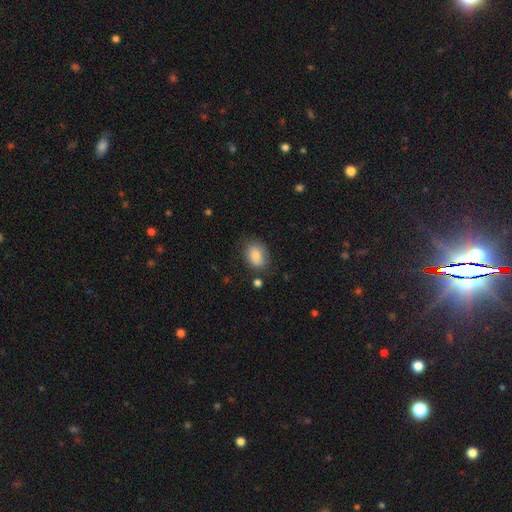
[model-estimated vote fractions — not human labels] Smooth or featured?
  - smooth: 81% *
  - featured or disk: 11%
  - star or artifact: 8%
How rounded?
  - in between: 72% *
  - round: 27%
  - cigar-shaped: 1%
Merging?
  - none: 75% *
  - minor disturbance: 17%
  - major disturbance: 5%
  - merger: 3%